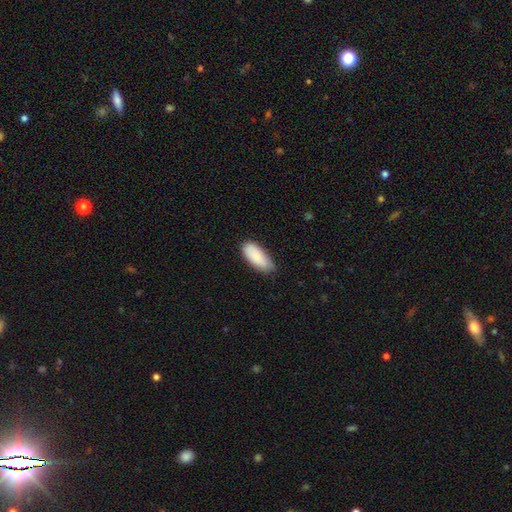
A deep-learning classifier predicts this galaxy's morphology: type=smooth (89%); roundness=in between (85%); merging=none (71%).